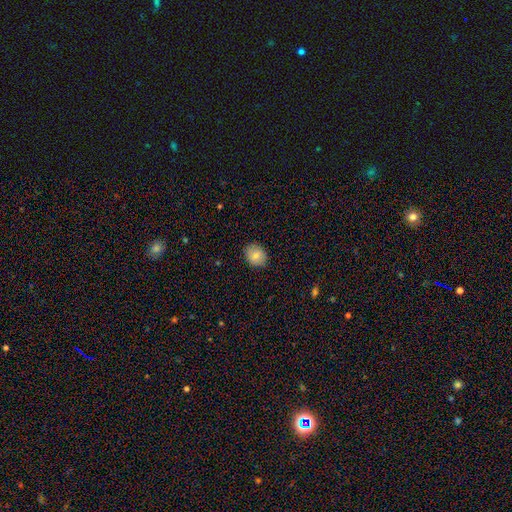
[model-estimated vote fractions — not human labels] The model was most divided on "how rounded": round: 52%, in between: 47%, cigar-shaped: 1%. More confident: merging — none (87%); smooth or featured — smooth (81%).